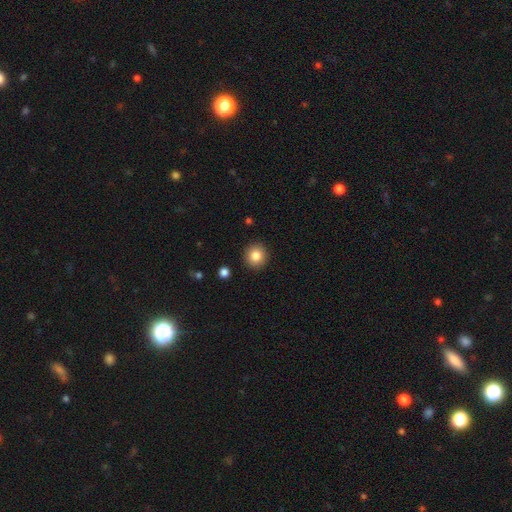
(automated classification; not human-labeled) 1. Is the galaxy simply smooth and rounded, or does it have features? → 84% smooth, 9% star or artifact, 6% featured or disk.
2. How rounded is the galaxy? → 92% round, 7% in between, 1% cigar-shaped.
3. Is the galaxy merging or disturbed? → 92% none, 5% minor disturbance, 2% major disturbance, 1% merger.